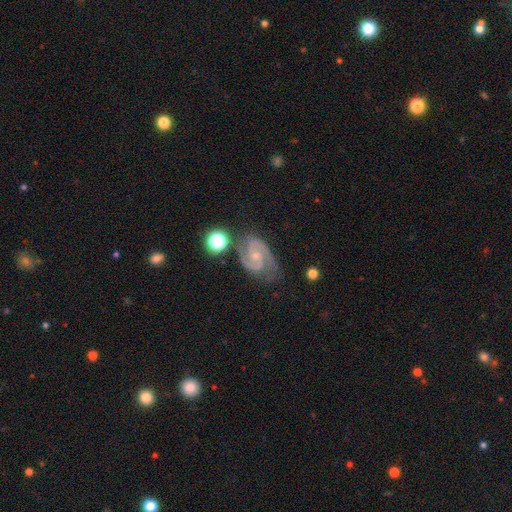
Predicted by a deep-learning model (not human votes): smooth_or_featured: featured or disk (p=0.91) [alt: star or artifact p=0.06]
disk_edge_on: no (p=0.98) [alt: yes p=0.02]
bar: no (p=0.54) [alt: weak p=0.37]
has_spiral_arms: yes (p=0.98) [alt: no p=0.02]
spiral_winding: medium (p=0.51) [alt: tight p=0.43]
spiral_arm_count: 2 (p=0.92) [alt: 3 p=0.03]
bulge_size: small (p=0.60) [alt: moderate p=0.31]
merging: none (p=0.74) [alt: minor disturbance p=0.17]